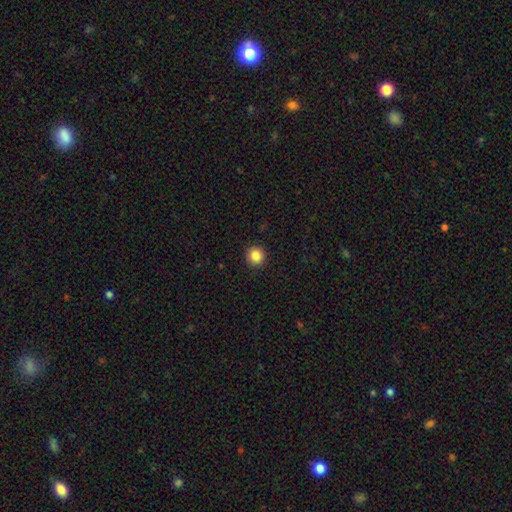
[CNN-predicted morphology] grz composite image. It shows a smooth galaxy with no disk features (86%) that is round (95%). Merging: none (93%).